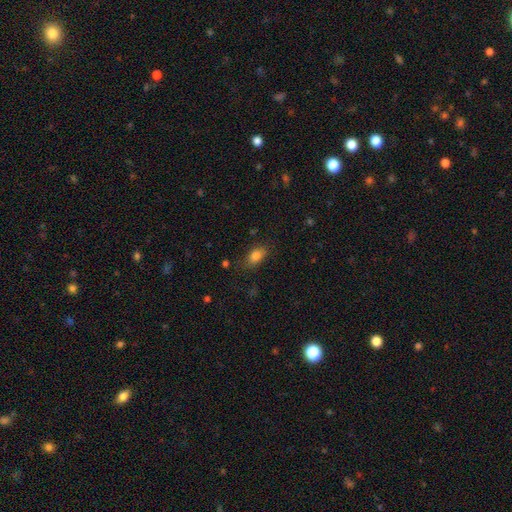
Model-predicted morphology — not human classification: Smooth or featured? smooth (82%)
How rounded? in between (86%)
Merging? none (78%)